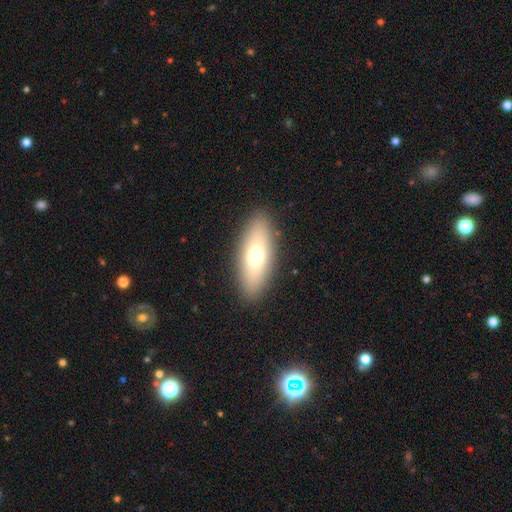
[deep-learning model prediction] smooth-or-featured: smooth: 67% | featured or disk: 25% | star or artifact: 8%
  how-rounded: in between: 70% | cigar-shaped: 26% | round: 4%
  merging: none: 89% | minor disturbance: 8% | major disturbance: 3% | merger: 1%